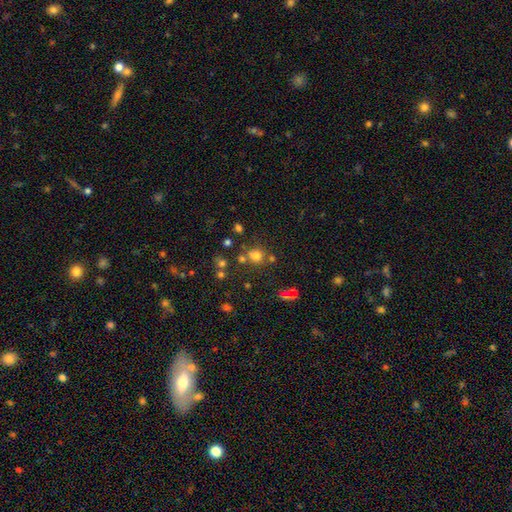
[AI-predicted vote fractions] Smooth or featured? Predicted: smooth (p=0.70). How rounded? Predicted: round (p=0.78). Merging? Predicted: none (p=0.63).